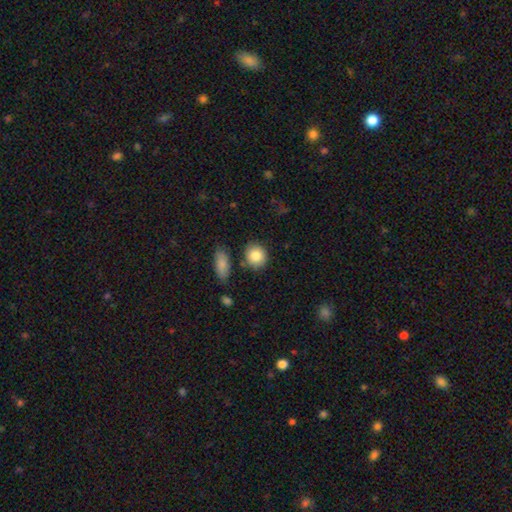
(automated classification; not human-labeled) Smooth or featured: smooth — 86% (star or artifact — 7%)
How rounded: round — 77% (in between — 22%)
Merging: none — 80% (minor disturbance — 11%)